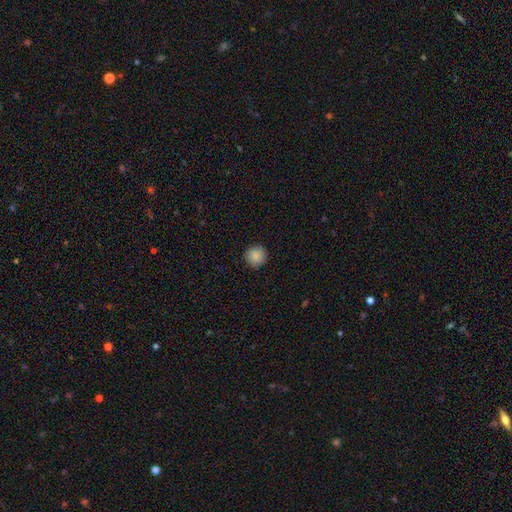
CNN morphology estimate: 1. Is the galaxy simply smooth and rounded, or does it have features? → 88% smooth, 8% star or artifact, 4% featured or disk.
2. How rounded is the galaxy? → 94% round, 5% in between, 1% cigar-shaped.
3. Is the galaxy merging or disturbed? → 90% none, 7% minor disturbance, 2% major disturbance, 1% merger.